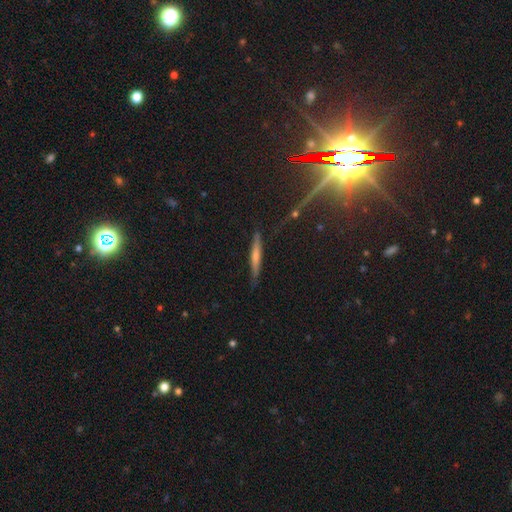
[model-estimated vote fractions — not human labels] The model was most divided on "smooth or featured": smooth: 52%, featured or disk: 40%, star or artifact: 8%. More confident: how rounded — cigar-shaped (93%); merging — none (83%).